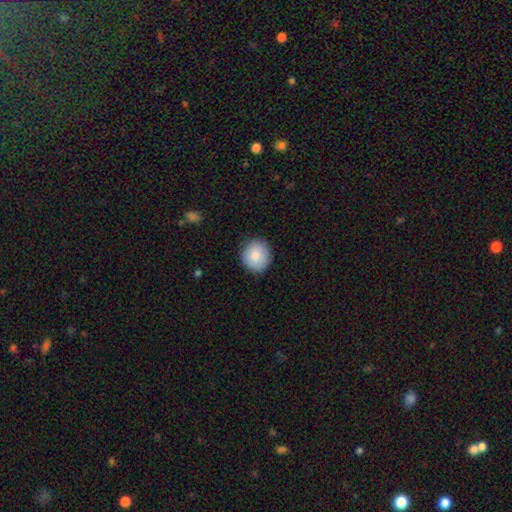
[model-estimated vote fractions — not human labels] Smooth or featured?
  - smooth: 85% *
  - featured or disk: 8%
  - star or artifact: 7%
How rounded?
  - round: 87% *
  - in between: 12%
  - cigar-shaped: 1%
Merging?
  - none: 88% *
  - minor disturbance: 9%
  - major disturbance: 2%
  - merger: 1%